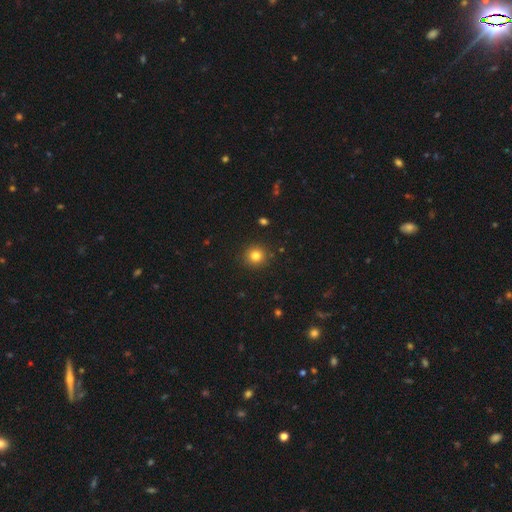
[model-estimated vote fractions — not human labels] Smooth or featured? Predicted: smooth (p=0.81). How rounded? Predicted: round (p=0.93). Merging? Predicted: none (p=0.91).